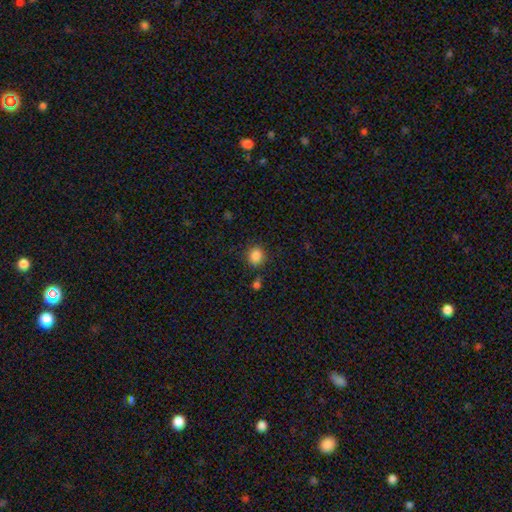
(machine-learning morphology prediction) The model was most divided on "how rounded": round: 78%, in between: 21%, cigar-shaped: 1%. More confident: smooth or featured — smooth (86%); merging — none (82%).